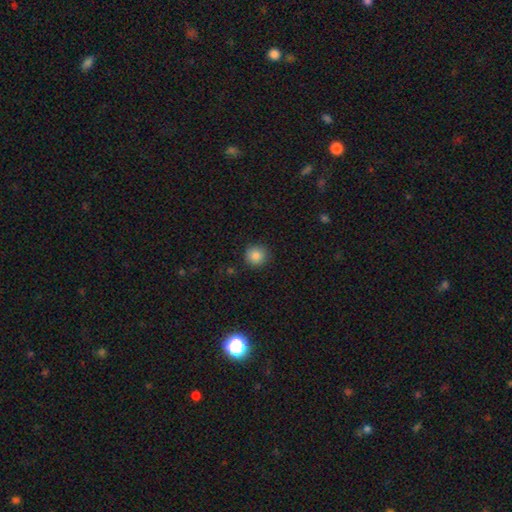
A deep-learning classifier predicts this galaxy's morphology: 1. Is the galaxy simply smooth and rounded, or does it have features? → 84% smooth, 10% star or artifact, 5% featured or disk.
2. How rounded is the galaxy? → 94% round, 5% in between, 1% cigar-shaped.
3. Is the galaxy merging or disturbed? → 90% none, 7% minor disturbance, 2% major disturbance, 1% merger.